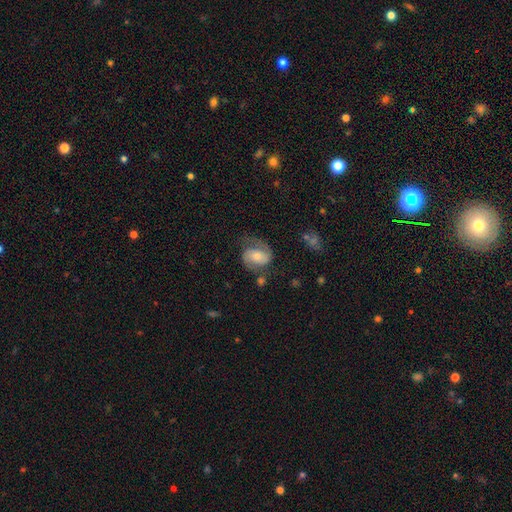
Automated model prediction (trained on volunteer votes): Smooth or featured?
  - featured or disk: 73% *
  - smooth: 20%
  - star or artifact: 7%
Edge-on disk?
  - no: 98% *
  - yes: 2%
Bar?
  - no: 49% *
  - weak: 37%
  - strong: 13%
Spiral arms?
  - yes: 93% *
  - no: 7%
Spiral winding?
  - medium: 48% *
  - tight: 27%
  - loose: 25%
Spiral arm count?
  - 2: 78% *
  - 1: 14%
  - can't tell: 6%
  - 3: 1%
  - 4: 1%
  - more than 4: 1%
Bulge size?
  - moderate: 51% *
  - small: 34%
  - large: 9%
  - none: 4%
  - dominant: 2%
Merging?
  - none: 57% *
  - minor disturbance: 22%
  - major disturbance: 17%
  - merger: 4%